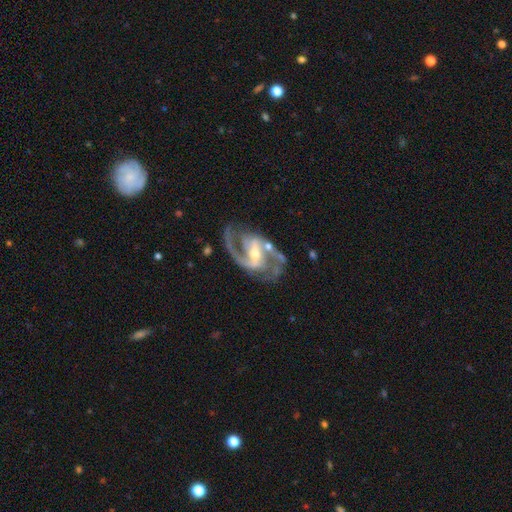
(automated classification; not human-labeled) Overall: featured or disk (92%). Edge-on disk: no (97%). Bar: strong (52%; weak 35%). Spiral arms: yes (98%). Spiral arm count: 2 (91%). Spiral winding: medium (63%). Bulge size: small (48%; moderate 47%). Merging: none (71%).